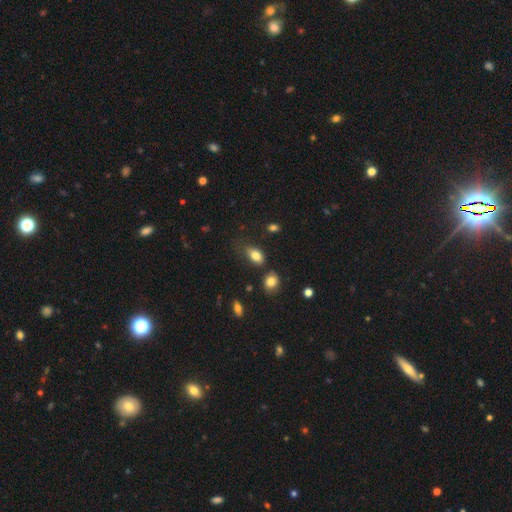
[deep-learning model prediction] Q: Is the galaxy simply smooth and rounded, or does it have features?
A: smooth — 82%.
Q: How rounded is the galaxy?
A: in between — 87%.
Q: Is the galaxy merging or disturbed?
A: none — 59%.